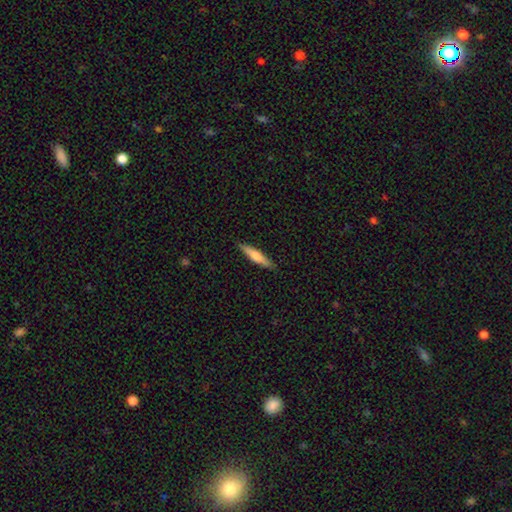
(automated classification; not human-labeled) smooth 58%, featured or disk 36%, star or artifact 5%. Down the decision tree: how rounded — cigar-shaped (85%); merging — none (90%).